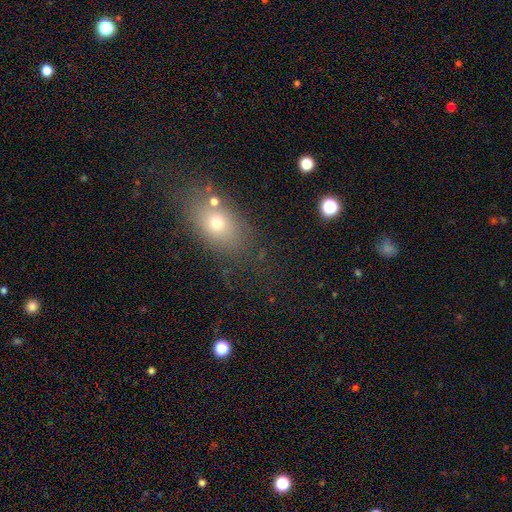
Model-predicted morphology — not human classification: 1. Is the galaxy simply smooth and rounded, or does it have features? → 60% smooth, 24% star or artifact, 16% featured or disk.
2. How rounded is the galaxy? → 64% in between, 31% round, 5% cigar-shaped.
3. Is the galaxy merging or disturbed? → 69% none, 15% minor disturbance, 9% merger, 7% major disturbance.